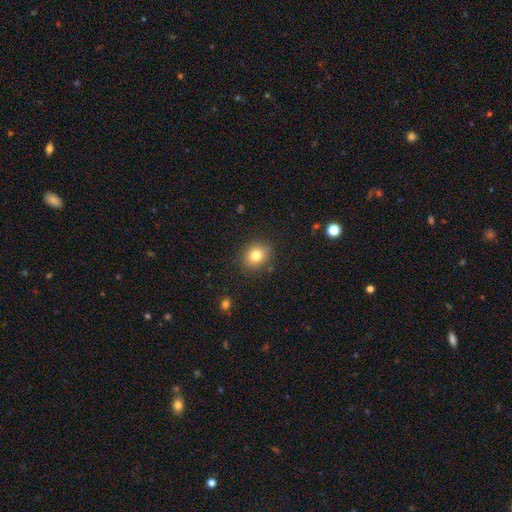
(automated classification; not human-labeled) A smooth galaxy with no disk features (80%) that is round (63%).

Vote fractions:
- Smooth or featured? smooth: 80% / star or artifact: 11% / featured or disk: 9%
- How rounded? round: 63% / in between: 36% / cigar-shaped: 1%
- Merging? none: 86% / minor disturbance: 10% / major disturbance: 3% / merger: 1%